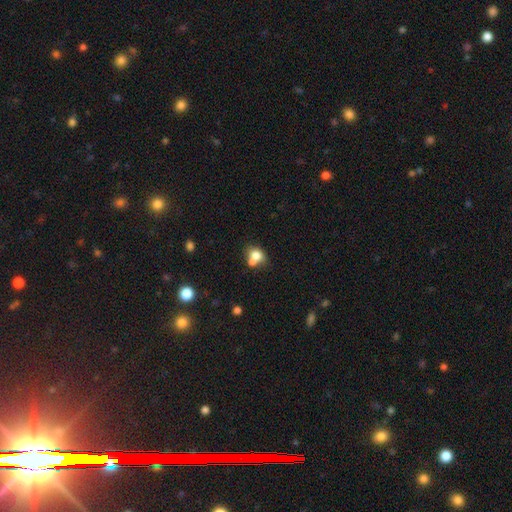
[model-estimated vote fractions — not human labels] A smooth galaxy with no disk features (76%) that is round (60%).

Vote fractions:
- Smooth or featured? smooth: 76% / featured or disk: 14% / star or artifact: 11%
- How rounded? round: 60% / in between: 39% / cigar-shaped: 1%
- Merging? merger: 45% / none: 39% / minor disturbance: 11% / major disturbance: 4%